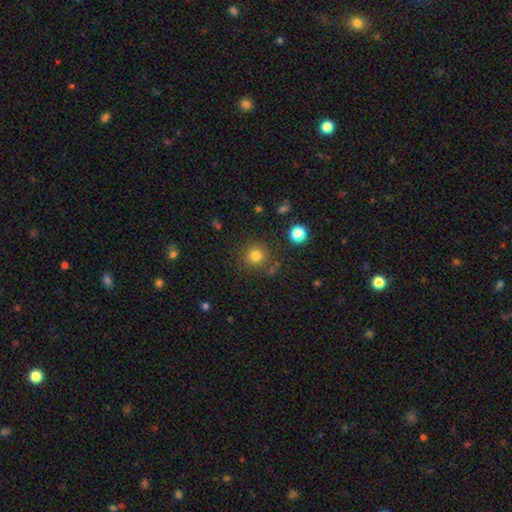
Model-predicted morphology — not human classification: This appears to be a smooth galaxy with no disk features (79%) that is round (93%). Merging: none (81%).